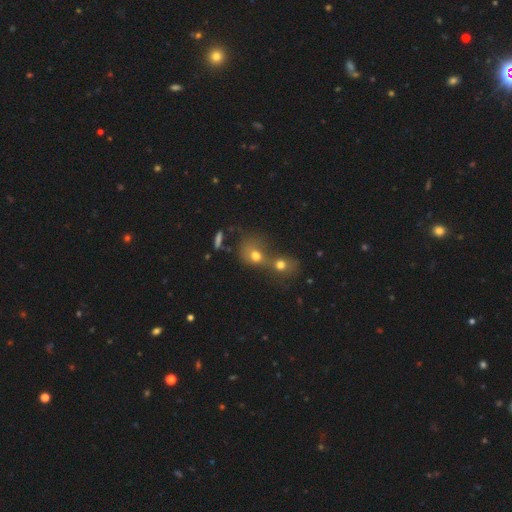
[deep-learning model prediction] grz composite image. It shows a smooth galaxy with no disk features (70%) that is round (68%). Merging: merger (68%).